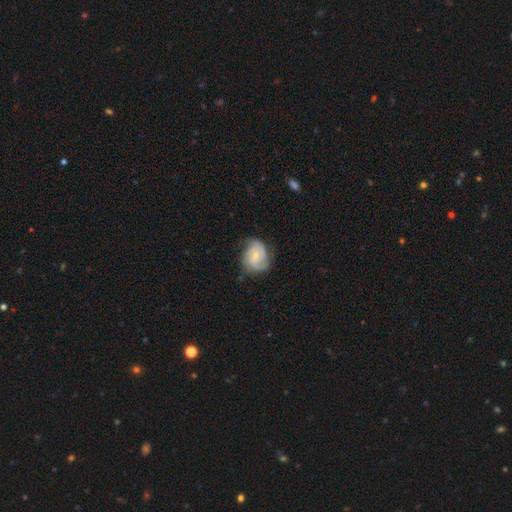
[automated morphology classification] Smooth or featured?
  - featured or disk: 68% *
  - smooth: 26%
  - star or artifact: 6%
Edge-on disk?
  - no: 98% *
  - yes: 2%
Bar?
  - no: 64% *
  - weak: 31%
  - strong: 5%
Spiral arms?
  - yes: 91% *
  - no: 9%
Spiral winding?
  - tight: 44% *
  - medium: 42%
  - loose: 14%
Spiral arm count?
  - 2: 48% *
  - 3: 22%
  - can't tell: 19%
  - 1: 4%
  - 4: 4%
  - more than 4: 3%
Bulge size?
  - small: 64% *
  - moderate: 30%
  - none: 4%
  - large: 1%
  - dominant: 1%
Merging?
  - none: 61% *
  - minor disturbance: 27%
  - major disturbance: 10%
  - merger: 1%